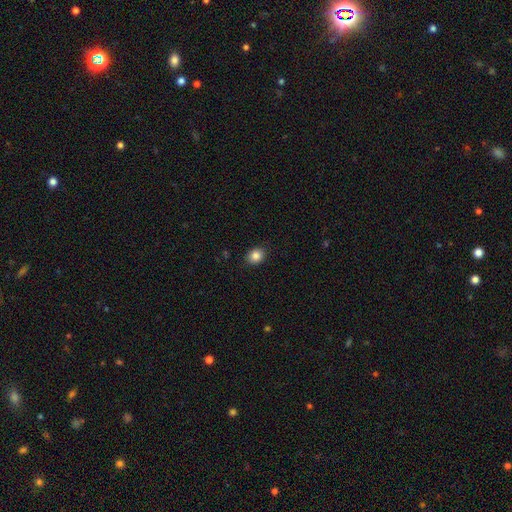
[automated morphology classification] Smooth or featured?
  - smooth: 85% *
  - star or artifact: 10%
  - featured or disk: 5%
How rounded?
  - round: 55% *
  - in between: 44%
  - cigar-shaped: 1%
Merging?
  - none: 89% *
  - minor disturbance: 8%
  - major disturbance: 2%
  - merger: 1%